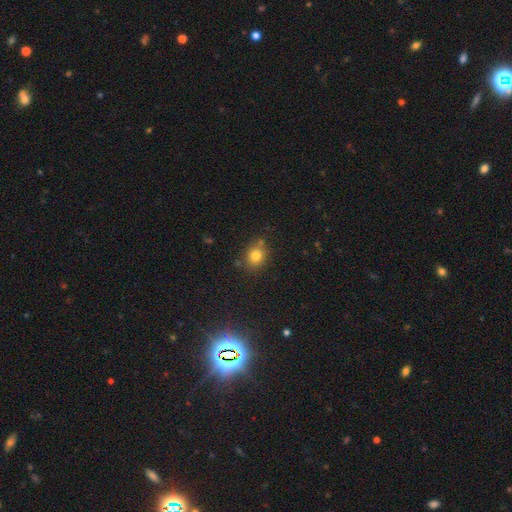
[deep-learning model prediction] Overall: smooth (78%). How rounded: round (66%; in between 33%). Merging: none (75%).